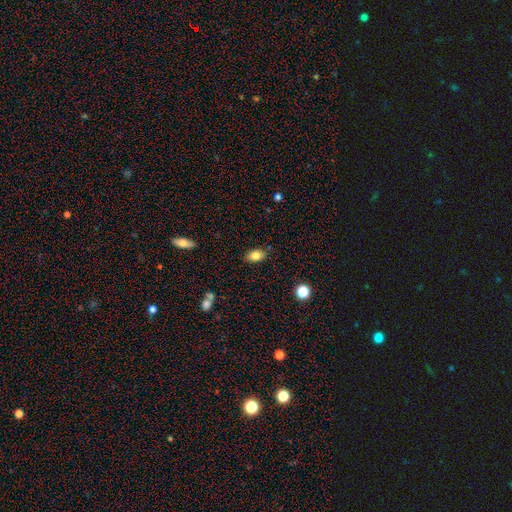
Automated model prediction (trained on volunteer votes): This is clearly a smooth galaxy (81%). How rounded: clearly in between (85%). Merging: clearly none (83%).